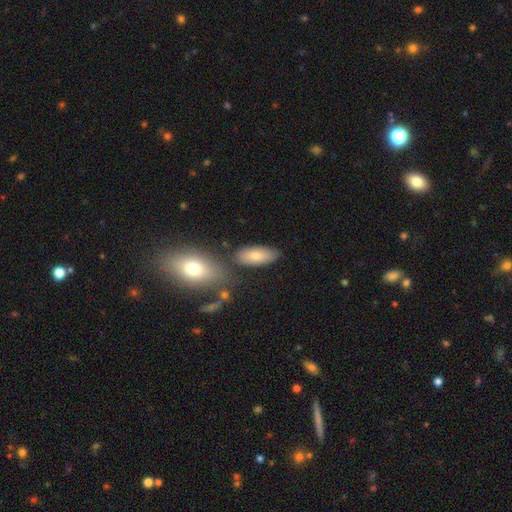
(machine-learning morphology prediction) type=smooth (75%); roundness=in between (86%); merging=none (72%).